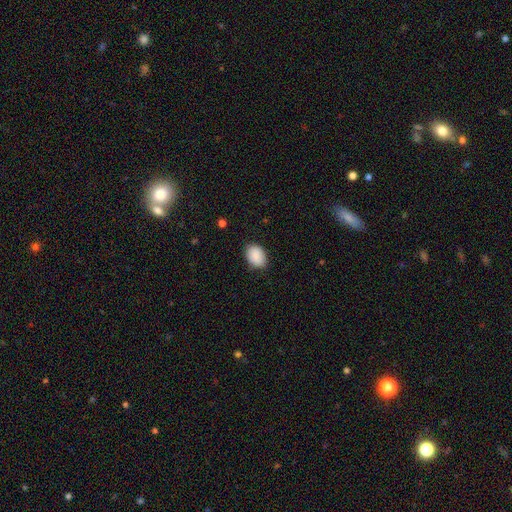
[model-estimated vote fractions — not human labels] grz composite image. It shows a smooth galaxy with no disk features (89%) that is in between round and cigar-shaped (82%). Merging: none (82%).